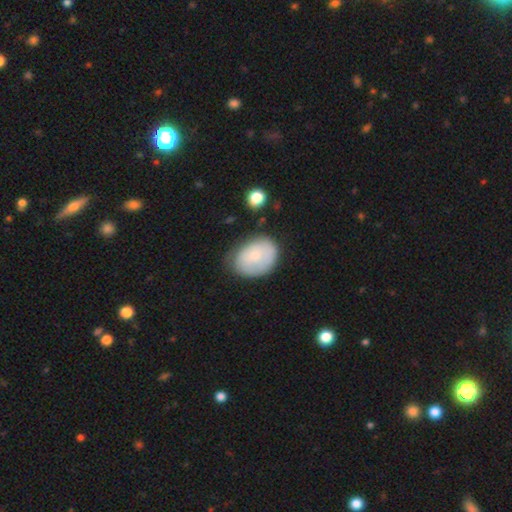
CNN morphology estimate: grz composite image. It shows a smooth galaxy with no disk features (66%) that is in between round and cigar-shaped (70%). Merging: none (61%).